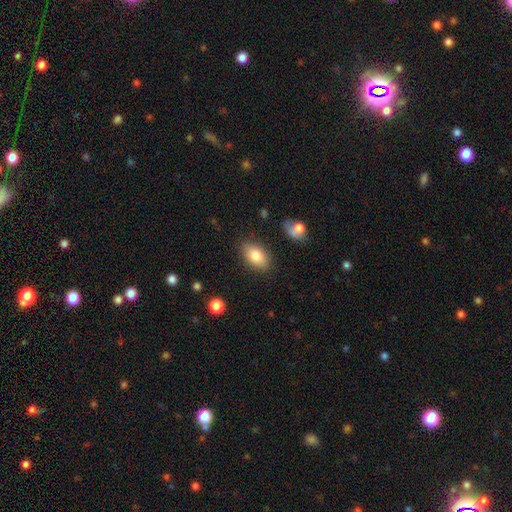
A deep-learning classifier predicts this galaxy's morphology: The model was most divided on "merging": none: 82%, minor disturbance: 12%, major disturbance: 3%, merger: 2%. More confident: how rounded — in between (91%); smooth or featured — smooth (83%).